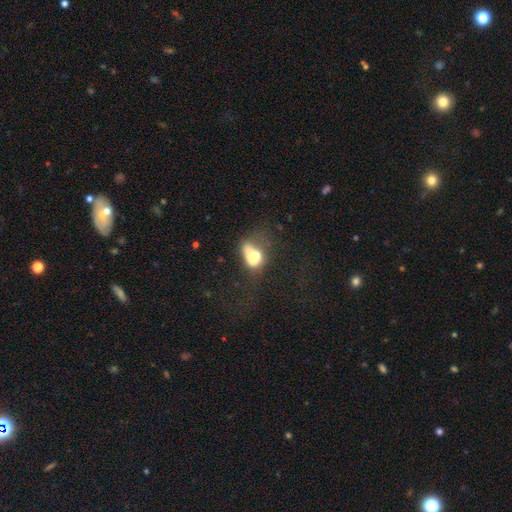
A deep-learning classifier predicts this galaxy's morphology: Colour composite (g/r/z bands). It shows a smooth galaxy with no disk features (63%) that is in between round and cigar-shaped (75%). Merging: major disturbance (33%).